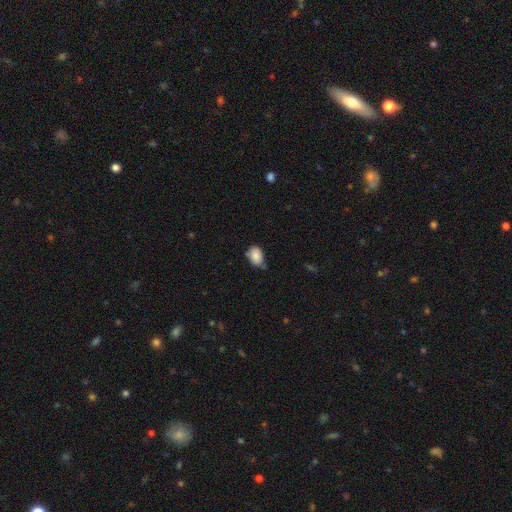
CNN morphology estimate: smooth 86%, star or artifact 8%, featured or disk 7%. Down the decision tree: how rounded — in between (79%); merging — none (59%).